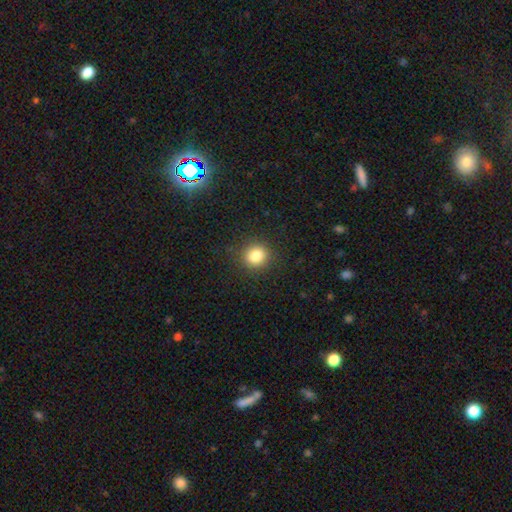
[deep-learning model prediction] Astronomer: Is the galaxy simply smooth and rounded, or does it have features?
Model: smooth — 83%.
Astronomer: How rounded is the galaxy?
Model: round — 87%.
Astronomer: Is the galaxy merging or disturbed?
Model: none — 89%.